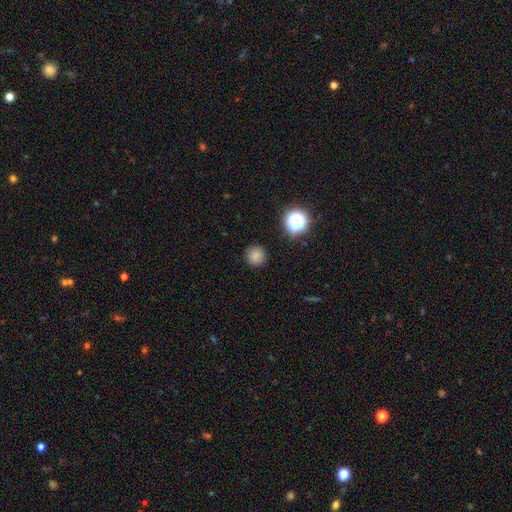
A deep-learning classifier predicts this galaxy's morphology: This appears to be a smooth galaxy with no disk features (80%) that is round (94%). Merging: none (90%).